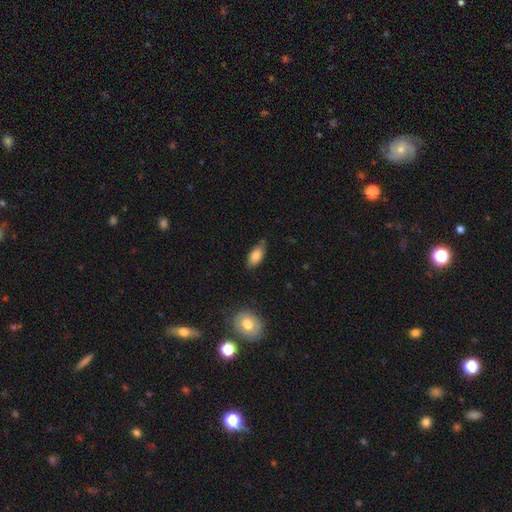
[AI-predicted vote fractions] A smooth galaxy with no disk features (82%) that is in between round and cigar-shaped (88%). Merging: none (73%).